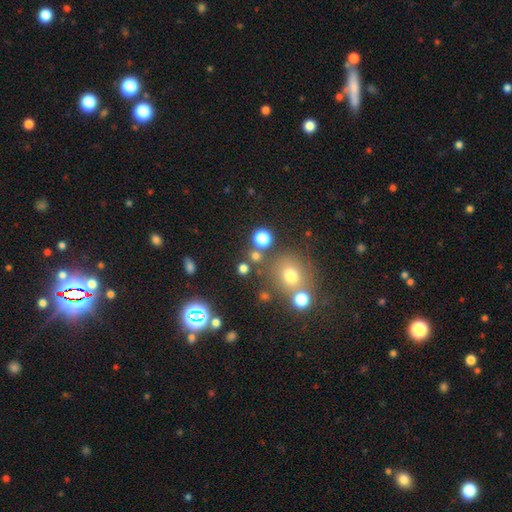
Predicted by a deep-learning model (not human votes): Smooth or featured? Predicted: smooth (p=0.69). How rounded? Predicted: round (p=0.89). Merging? Predicted: none (p=0.74).